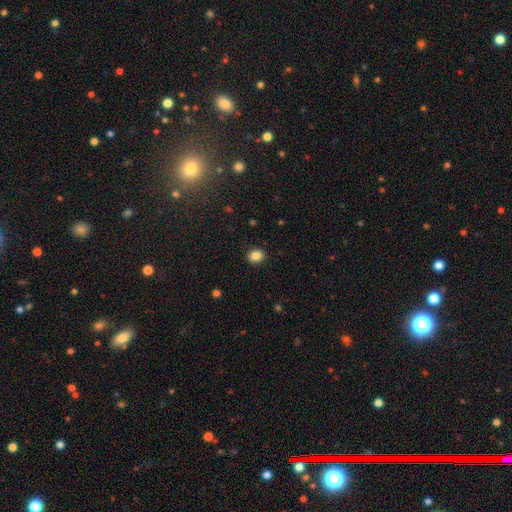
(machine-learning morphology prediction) The model was most divided on "how rounded": round: 65%, in between: 34%, cigar-shaped: 1%. More confident: merging — none (91%); smooth or featured — smooth (85%).